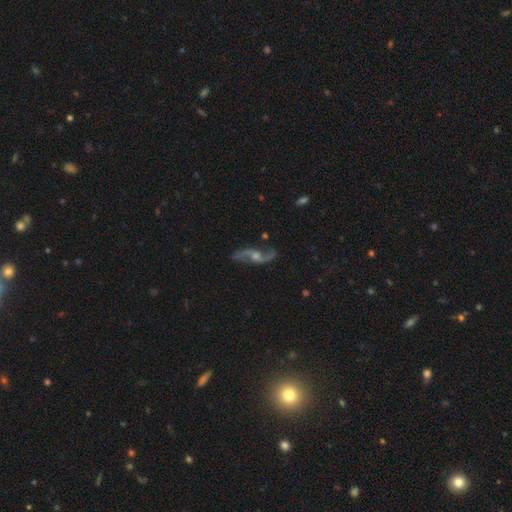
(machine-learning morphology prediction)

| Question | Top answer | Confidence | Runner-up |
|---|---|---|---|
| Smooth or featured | featured or disk | 88% | star or artifact (6%) |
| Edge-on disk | no | 93% | yes (7%) |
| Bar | no | 54% | weak (36%) |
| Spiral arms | yes | 97% | no (3%) |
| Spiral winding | loose | 75% | medium (21%) |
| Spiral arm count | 2 | 94% | can't tell (2%) |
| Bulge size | moderate | 56% | small (29%) |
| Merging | none | 80% | minor disturbance (12%) |